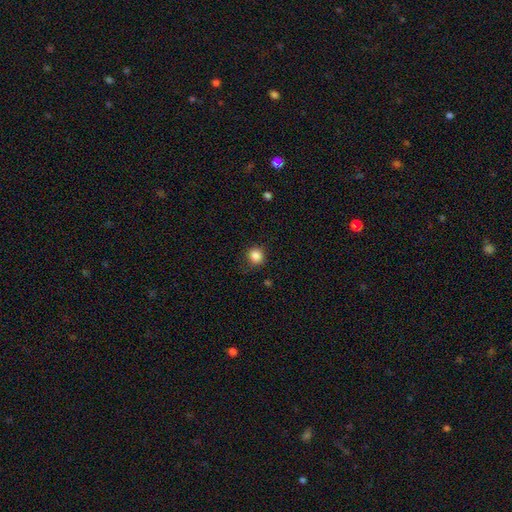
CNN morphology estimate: type=smooth (86%); roundness=round (89%); merging=none (84%).